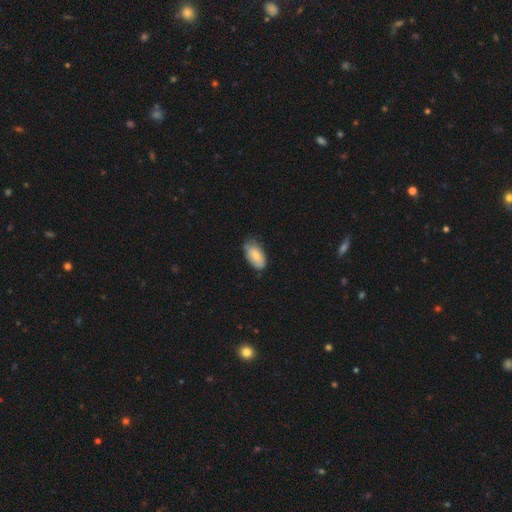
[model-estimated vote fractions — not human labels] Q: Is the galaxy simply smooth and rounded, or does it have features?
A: smooth — 76%.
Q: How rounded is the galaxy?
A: in between — 94%.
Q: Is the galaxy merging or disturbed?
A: none — 63%.